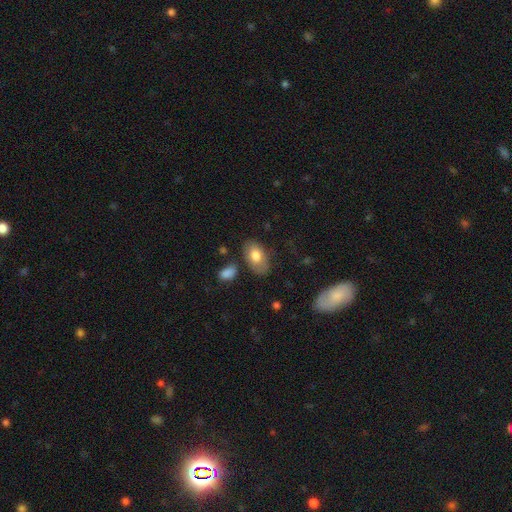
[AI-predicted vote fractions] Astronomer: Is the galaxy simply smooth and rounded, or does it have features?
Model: smooth — 74%.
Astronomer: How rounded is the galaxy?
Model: in between — 92%.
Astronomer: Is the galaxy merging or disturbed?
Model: none — 72%.